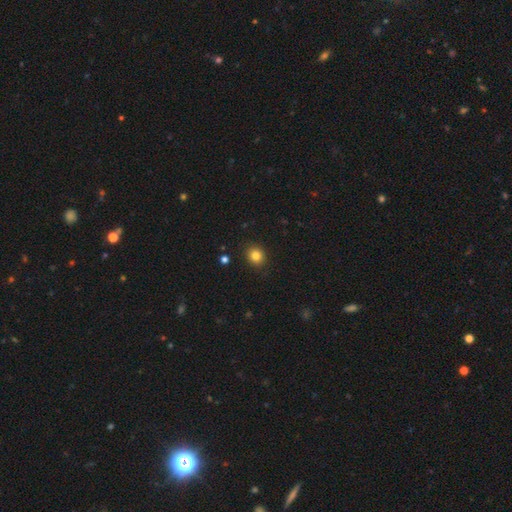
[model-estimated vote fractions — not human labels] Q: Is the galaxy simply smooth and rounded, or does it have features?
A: smooth — 83%.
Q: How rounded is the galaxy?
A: round — 72%.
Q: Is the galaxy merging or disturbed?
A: none — 89%.